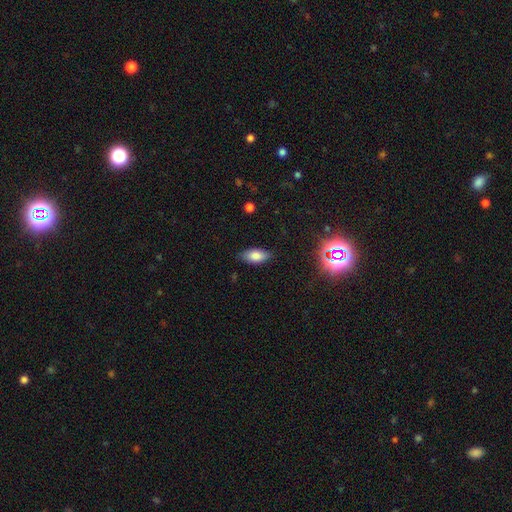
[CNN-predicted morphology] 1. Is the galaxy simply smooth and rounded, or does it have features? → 80% smooth, 10% featured or disk, 9% star or artifact.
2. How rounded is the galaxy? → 89% in between, 8% cigar-shaped, 3% round.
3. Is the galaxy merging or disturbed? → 83% none, 13% minor disturbance, 3% major disturbance, 1% merger.